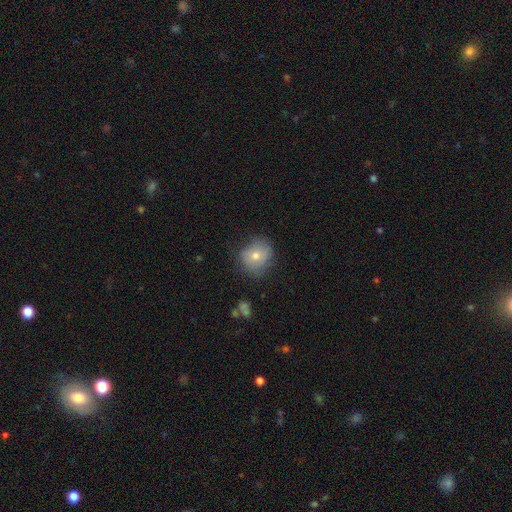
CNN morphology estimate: Q: Smooth or featured?
A: smooth (67%); runner-up: featured or disk (20%)
Q: How rounded?
A: round (79%); runner-up: in between (20%)
Q: Merging?
A: none (71%); runner-up: minor disturbance (21%)